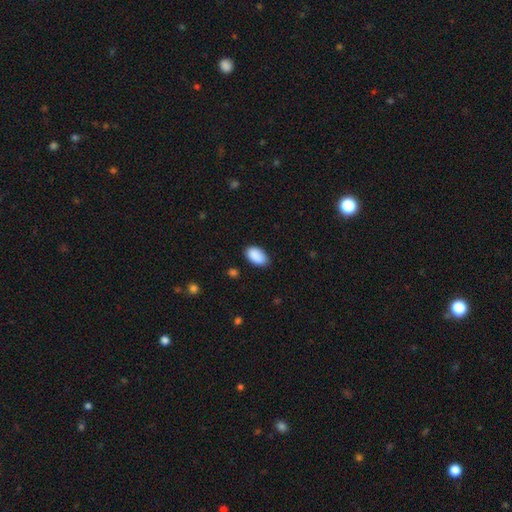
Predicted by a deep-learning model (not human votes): A smooth galaxy with no disk features (90%) that is in between round and cigar-shaped (94%).

Vote fractions:
- Smooth or featured? smooth: 90% / star or artifact: 7% / featured or disk: 4%
- How rounded? in between: 94% / round: 4% / cigar-shaped: 2%
- Merging? none: 80% / minor disturbance: 16% / major disturbance: 3% / merger: 1%